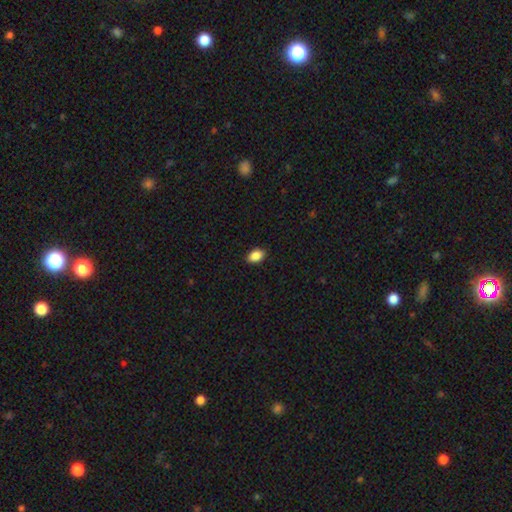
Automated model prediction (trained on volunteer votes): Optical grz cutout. It shows a smooth galaxy with no disk features (89%) that is in between round and cigar-shaped (86%). Merging: none (90%).